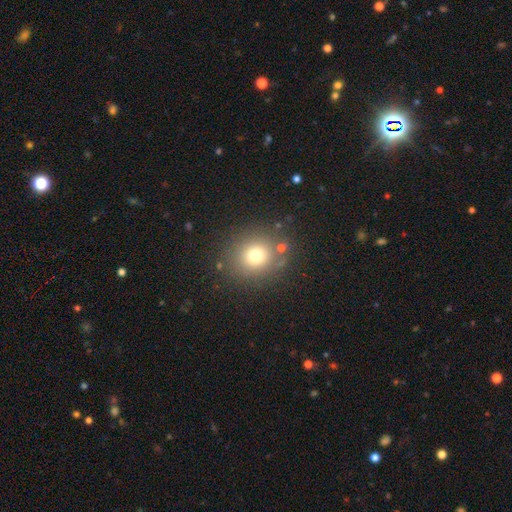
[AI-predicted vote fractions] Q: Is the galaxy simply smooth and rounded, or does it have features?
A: smooth — 72%.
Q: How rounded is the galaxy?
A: round — 87%.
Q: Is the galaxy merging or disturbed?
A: none — 82%.